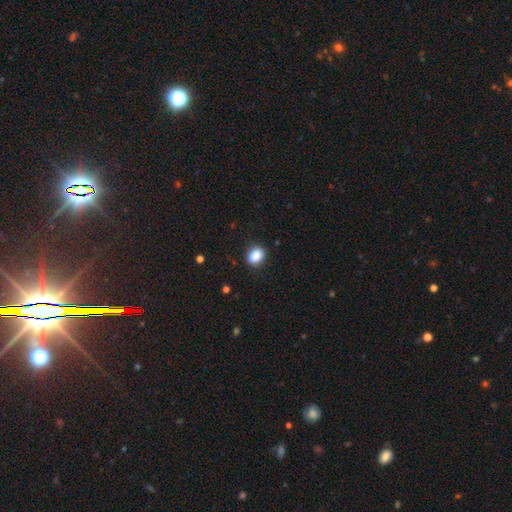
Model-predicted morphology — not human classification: The model was most divided on "how rounded": in between: 65%, round: 34%, cigar-shaped: 1%. More confident: smooth or featured — smooth (88%); merging — none (86%).